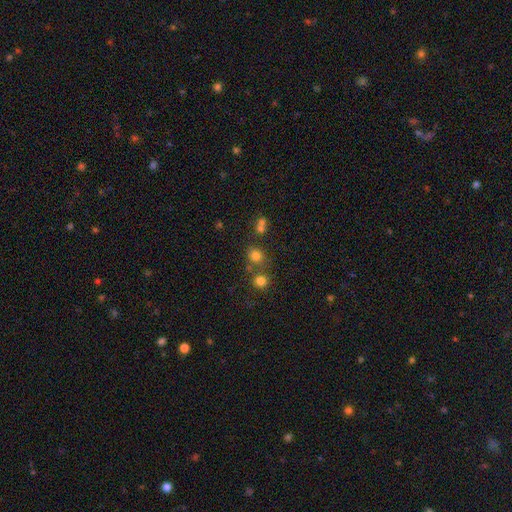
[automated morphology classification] The model was most divided on "merging": none: 63%, merger: 24%, minor disturbance: 9%, major disturbance: 4%. More confident: how rounded — round (80%); smooth or featured — smooth (73%).